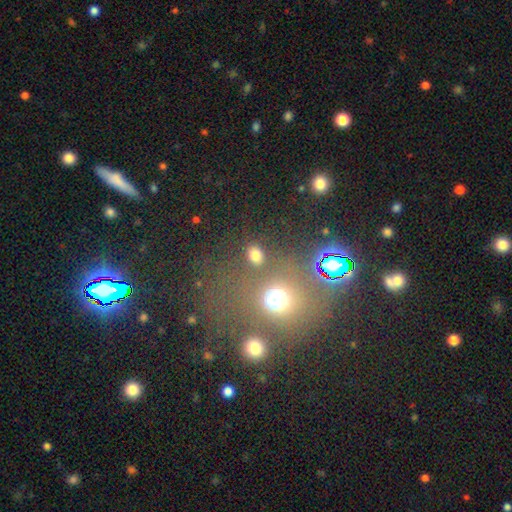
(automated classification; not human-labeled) Q: Smooth or featured?
A: smooth (67%); runner-up: star or artifact (26%)
Q: How rounded?
A: in between (56%); runner-up: round (43%)
Q: Merging?
A: none (79%); runner-up: minor disturbance (9%)